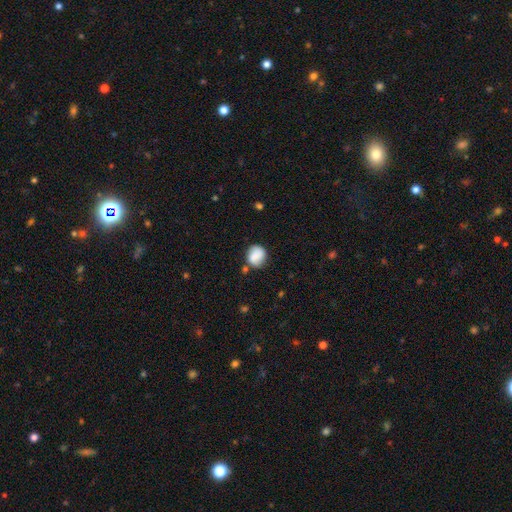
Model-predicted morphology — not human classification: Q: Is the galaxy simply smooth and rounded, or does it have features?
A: smooth — 80%.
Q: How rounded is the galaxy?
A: round — 72%.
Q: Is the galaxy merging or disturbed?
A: none — 67%.